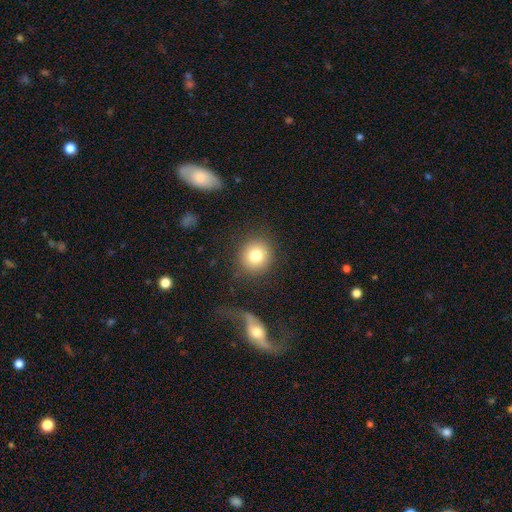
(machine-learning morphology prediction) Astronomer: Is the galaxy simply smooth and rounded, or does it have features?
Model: smooth — 80%.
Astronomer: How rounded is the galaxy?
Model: round — 89%.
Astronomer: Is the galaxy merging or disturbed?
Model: none — 83%.